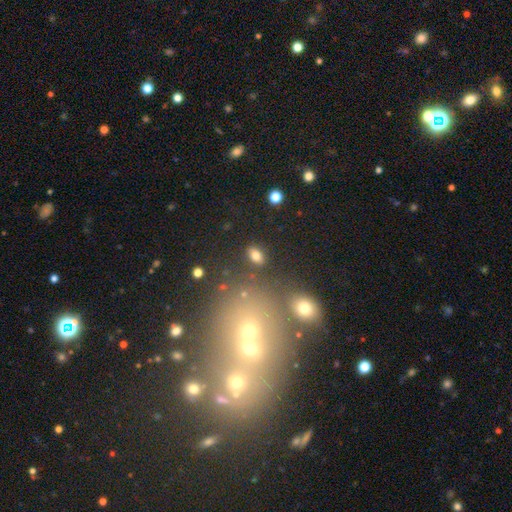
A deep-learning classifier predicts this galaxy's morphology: Smooth or featured?
  - smooth: 81% *
  - star or artifact: 11%
  - featured or disk: 8%
How rounded?
  - in between: 86% *
  - round: 11%
  - cigar-shaped: 3%
Merging?
  - none: 84% *
  - minor disturbance: 9%
  - merger: 4%
  - major disturbance: 3%